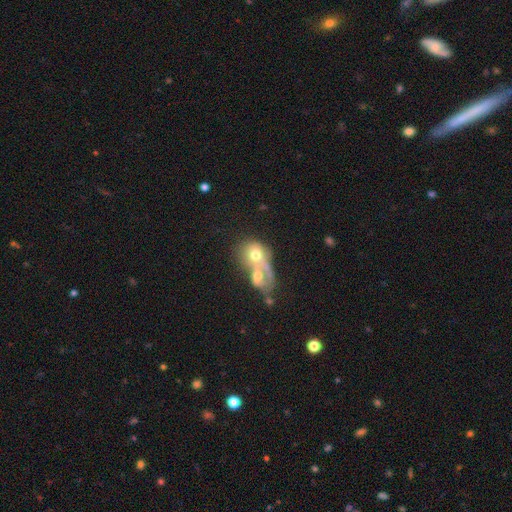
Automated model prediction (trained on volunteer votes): Morphology: type=smooth (55%); roundness=round (51%); merging=merger (76%).